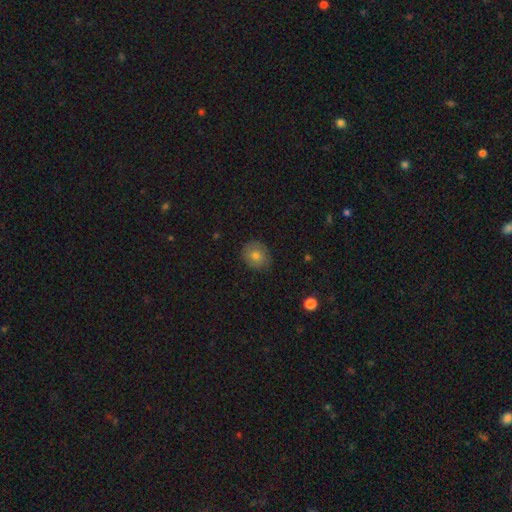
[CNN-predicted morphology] Smooth or featured: smooth — 74% (featured or disk — 15%)
How rounded: round — 72% (in between — 27%)
Merging: none — 81% (minor disturbance — 15%)